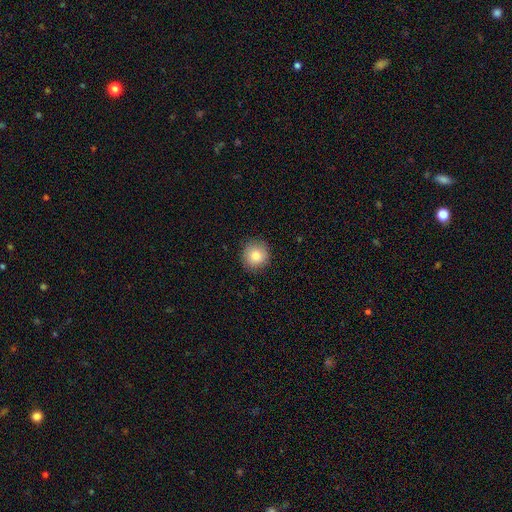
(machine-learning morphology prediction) A smooth galaxy with no disk features (83%) that is round (92%). Merging: none (88%).